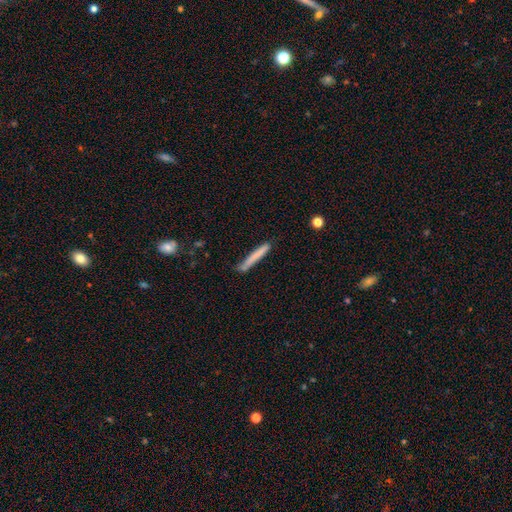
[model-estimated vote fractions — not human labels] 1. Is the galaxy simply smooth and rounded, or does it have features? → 74% smooth, 20% featured or disk, 6% star or artifact.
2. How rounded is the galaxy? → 96% cigar-shaped, 3% in between, 1% round.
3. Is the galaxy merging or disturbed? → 78% none, 16% minor disturbance, 3% major disturbance, 3% merger.